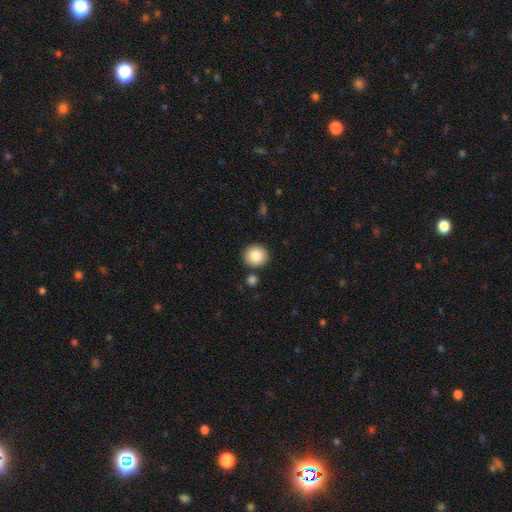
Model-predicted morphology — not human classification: Q: Smooth or featured?
A: smooth (85%); runner-up: star or artifact (9%)
Q: How rounded?
A: round (90%); runner-up: in between (9%)
Q: Merging?
A: none (87%); runner-up: minor disturbance (7%)